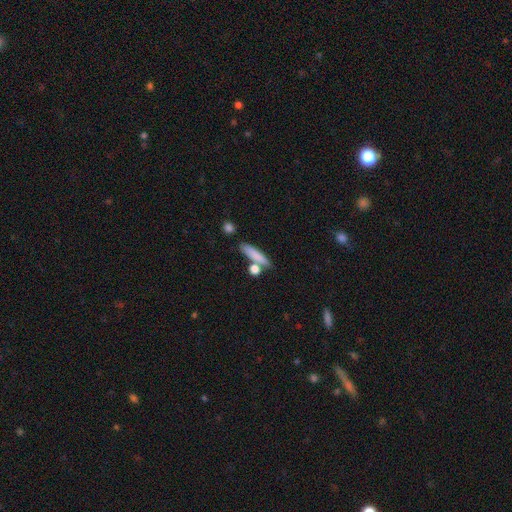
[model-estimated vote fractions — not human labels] Morphology: type=smooth (80%); roundness=cigar-shaped (72%); merging=none (69%).